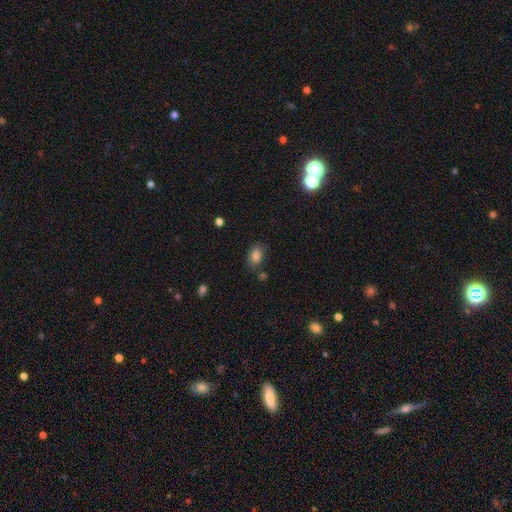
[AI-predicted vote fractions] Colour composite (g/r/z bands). It shows a smooth galaxy with no disk features (85%) that is in between round and cigar-shaped (84%). Merging: none (73%).